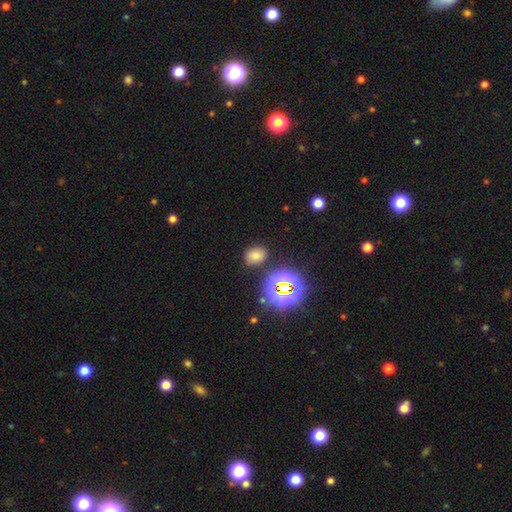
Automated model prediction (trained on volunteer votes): Smooth or featured? Predicted: smooth (p=0.67). How rounded? Predicted: in between (p=0.58). Merging? Predicted: none (p=0.81).